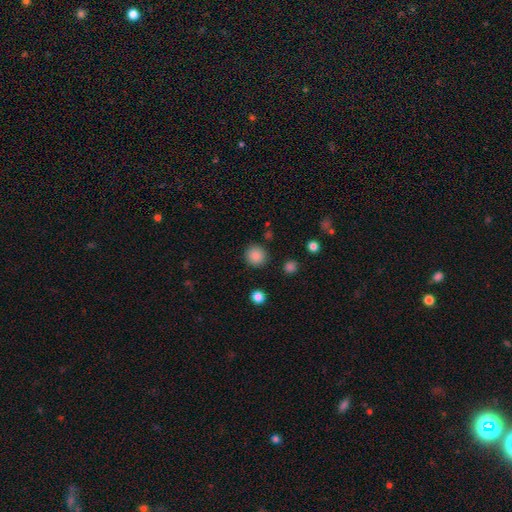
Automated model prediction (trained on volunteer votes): Morphology: type=smooth (87%); roundness=round (92%); merging=none (89%).